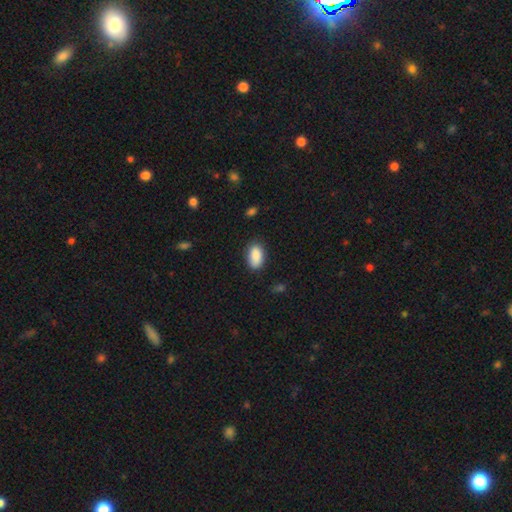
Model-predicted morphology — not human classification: Smooth or featured?
  - smooth: 89% *
  - star or artifact: 7%
  - featured or disk: 4%
How rounded?
  - in between: 93% *
  - round: 5%
  - cigar-shaped: 2%
Merging?
  - none: 80% *
  - minor disturbance: 16%
  - major disturbance: 3%
  - merger: 1%